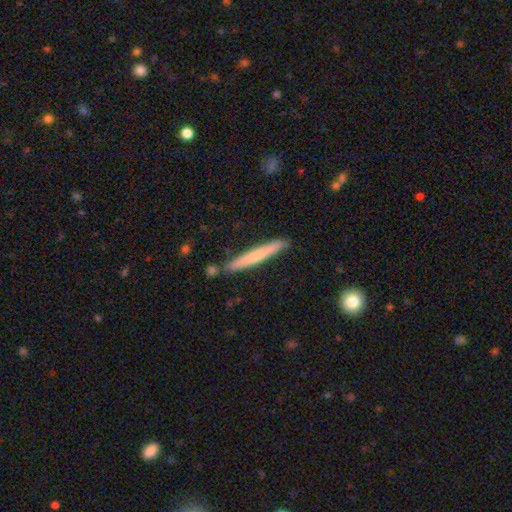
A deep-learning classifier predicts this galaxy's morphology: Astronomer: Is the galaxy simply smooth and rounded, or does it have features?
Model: smooth — 59% (runner-up: featured or disk, 36%).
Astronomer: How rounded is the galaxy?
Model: cigar-shaped — 96%.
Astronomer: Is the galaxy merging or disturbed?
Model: none — 87%.